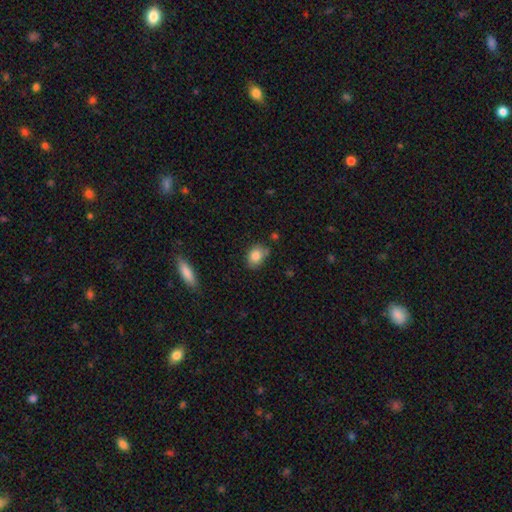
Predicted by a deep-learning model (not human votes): This is clearly a smooth galaxy (84%). How rounded: possibly in between (59%). Merging: likely none (67%).